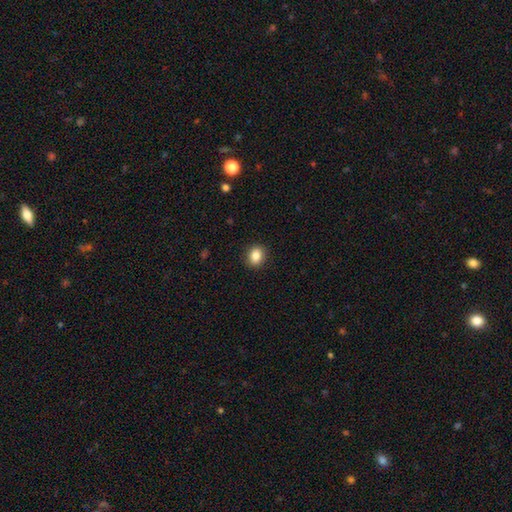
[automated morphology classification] A smooth galaxy with no disk features (85%) that is round (58%). Merging: none (90%).